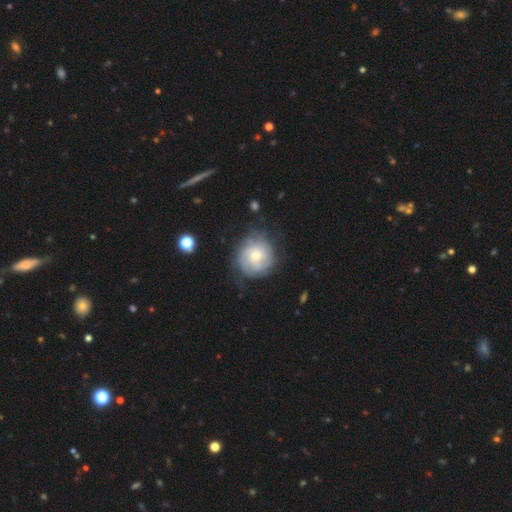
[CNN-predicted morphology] smooth-or-featured: featured or disk: 63% | smooth: 30% | star or artifact: 7%
  disk-edge-on: no: 98% | yes: 2%
    bar: no: 75% | weak: 23% | strong: 3%
    has-spiral-arms: yes: 86% | no: 14%
      spiral-winding: tight: 62% | medium: 28% | loose: 10%
      spiral-arm-count: can't tell: 46% | 2: 21% | 3: 17% | 4: 8% | 1: 5% | more than 4: 4%
    bulge-size: moderate: 54% | small: 40% | large: 4% | none: 1% | dominant: 1%
  merging: none: 70% | minor disturbance: 20% | major disturbance: 9% | merger: 1%